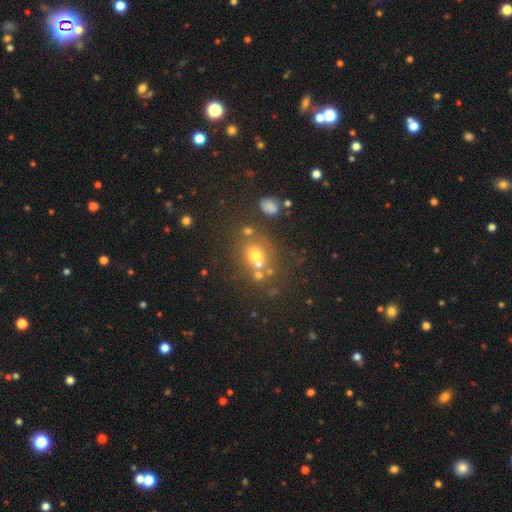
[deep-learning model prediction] A smooth galaxy with no disk features (57%) that is round (60%).

Vote fractions:
- Smooth or featured? smooth: 57% / star or artifact: 23% / featured or disk: 20%
- How rounded? round: 60% / in between: 38% / cigar-shaped: 1%
- Merging? none: 51% / merger: 29% / minor disturbance: 13% / major disturbance: 8%